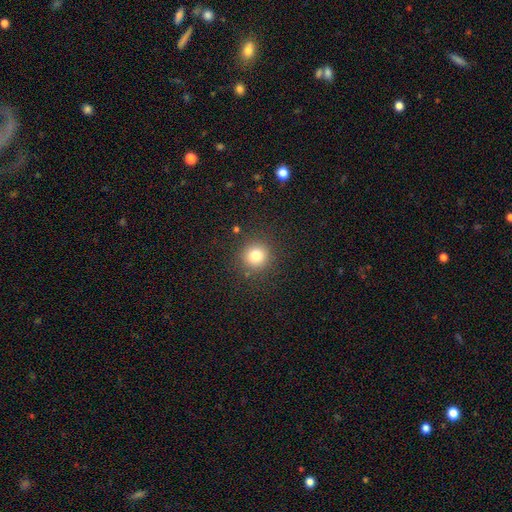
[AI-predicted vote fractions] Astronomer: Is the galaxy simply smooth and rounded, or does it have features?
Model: smooth — 79%.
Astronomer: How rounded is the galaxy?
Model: round — 93%.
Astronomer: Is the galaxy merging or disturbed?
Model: none — 88%.